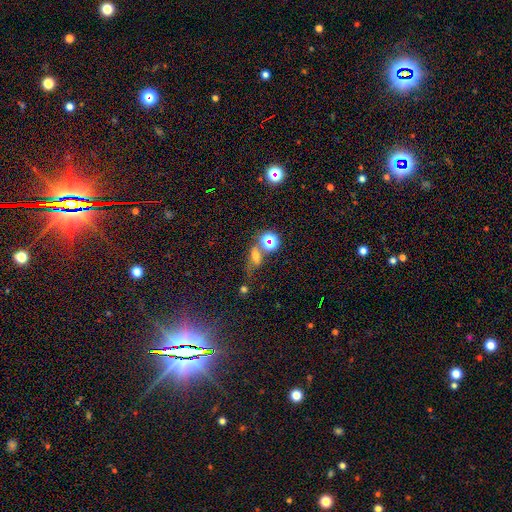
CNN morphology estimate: smooth_or_featured: smooth (p=0.47) [alt: star or artifact p=0.34]
merging: none (p=0.46) [alt: merger p=0.20]